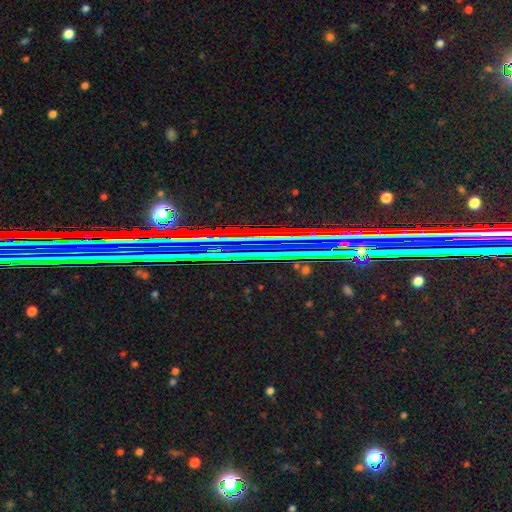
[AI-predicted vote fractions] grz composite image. It shows a star or artifact, not a galaxy (78%).